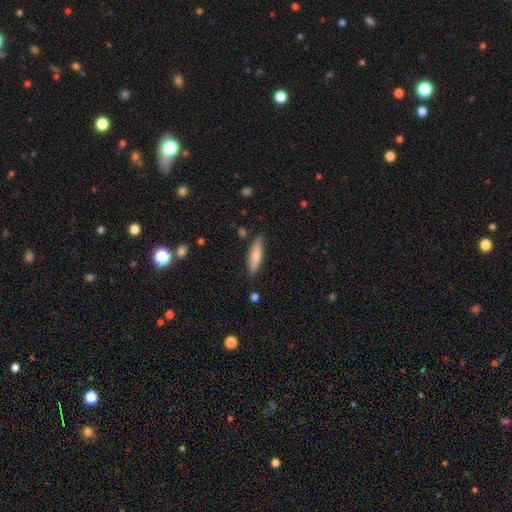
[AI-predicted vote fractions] Q: Smooth or featured?
A: smooth (68%); runner-up: featured or disk (26%)
Q: How rounded?
A: cigar-shaped (69%); runner-up: in between (29%)
Q: Merging?
A: none (82%); runner-up: minor disturbance (13%)